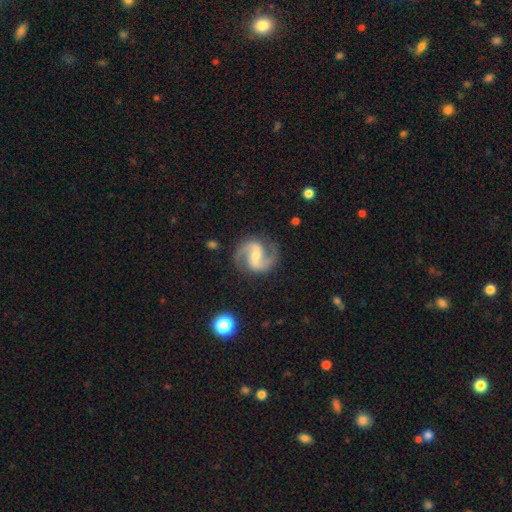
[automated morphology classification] Smooth or featured: featured or disk — 92% (star or artifact — 4%)
Edge-on disk: no — 98% (yes — 2%)
Bar: weak — 46% (strong — 29%)
Spiral arms: yes — 98% (no — 2%)
Spiral winding: medium — 62% (loose — 21%)
Spiral arm count: 2 — 94% (can't tell — 1%)
Bulge size: small — 47% (moderate — 44%)
Merging: none — 84% (minor disturbance — 11%)